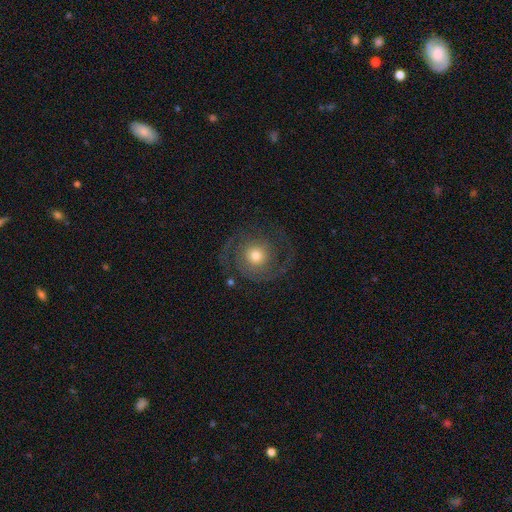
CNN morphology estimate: This appears to be a featured or disk galaxy (75%) with no bar (78%), 2 (82%) medium (45%) spiral arms (91%) and a moderate central bulge (62%). Merging: none (74%).